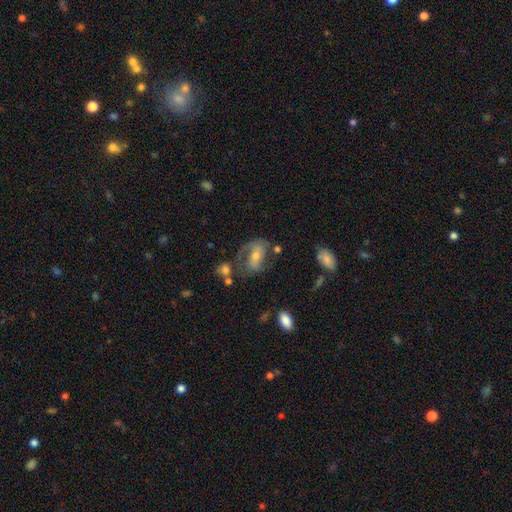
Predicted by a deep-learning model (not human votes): This appears to be a featured or disk galaxy (71%) with no bar (40%), 2 (61%) medium (45%) spiral arms (86%) and a small central bulge (48%). Merging: none (48%).